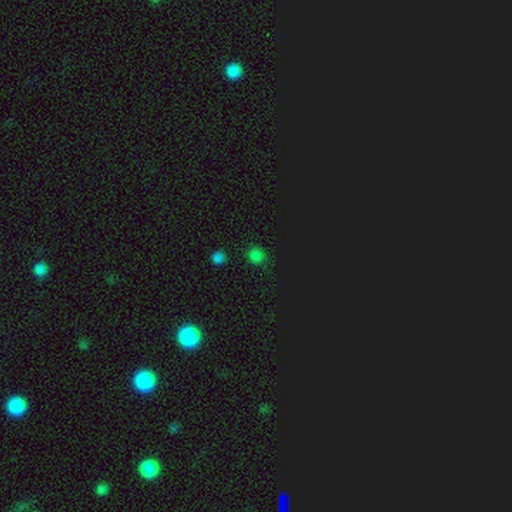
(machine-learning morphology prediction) Q: Smooth or featured?
A: smooth (73%); runner-up: star or artifact (23%)
Q: How rounded?
A: round (89%); runner-up: in between (10%)
Q: Merging?
A: none (85%); runner-up: minor disturbance (9%)